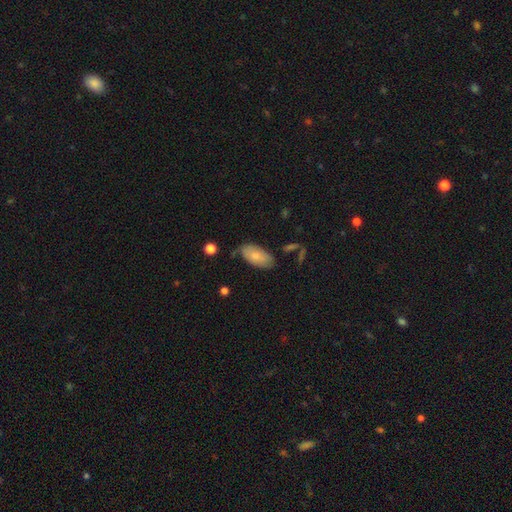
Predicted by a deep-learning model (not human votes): smooth 78%, featured or disk 16%, star or artifact 6%. Down the decision tree: how rounded — in between (94%); merging — none (62%).